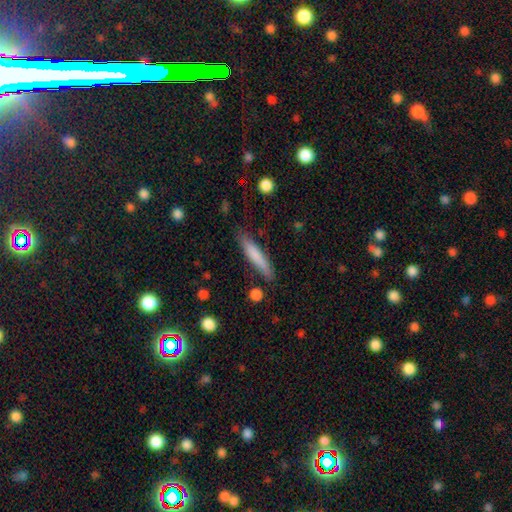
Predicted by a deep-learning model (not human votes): Smooth or featured: smooth — 76% (featured or disk — 18%)
How rounded: cigar-shaped — 90% (in between — 9%)
Merging: none — 80% (minor disturbance — 14%)